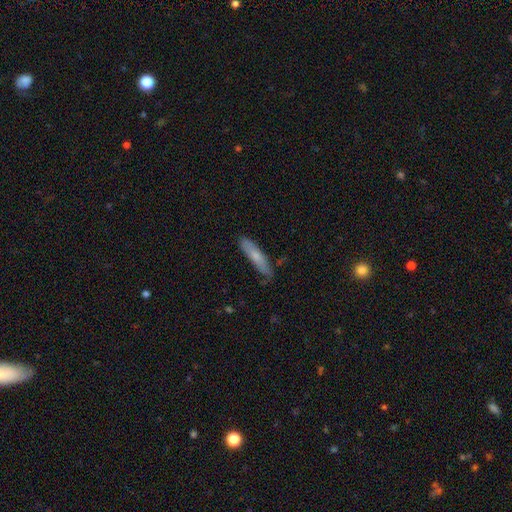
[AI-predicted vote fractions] Smooth or featured: smooth — 68% (featured or disk — 26%)
How rounded: cigar-shaped — 83% (in between — 16%)
Merging: none — 76% (minor disturbance — 19%)